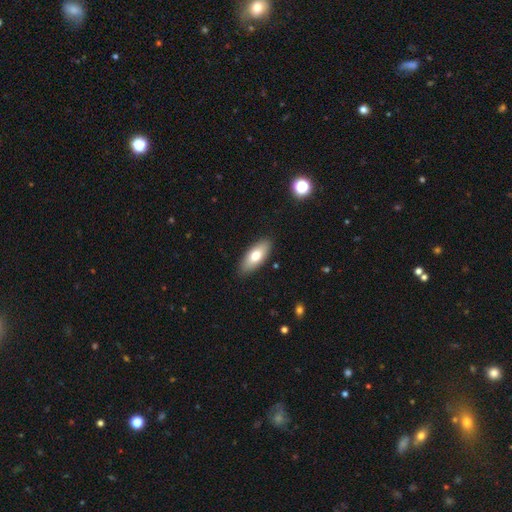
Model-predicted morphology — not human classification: Smooth or featured? smooth (73%)
How rounded? in between (82%)
Merging? none (87%)